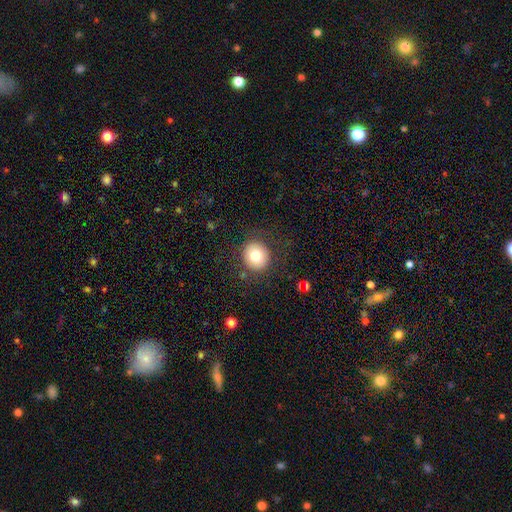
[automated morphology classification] The model was most divided on "smooth or featured": smooth: 77%, featured or disk: 12%, star or artifact: 10%. More confident: how rounded — round (88%); merging — none (85%).